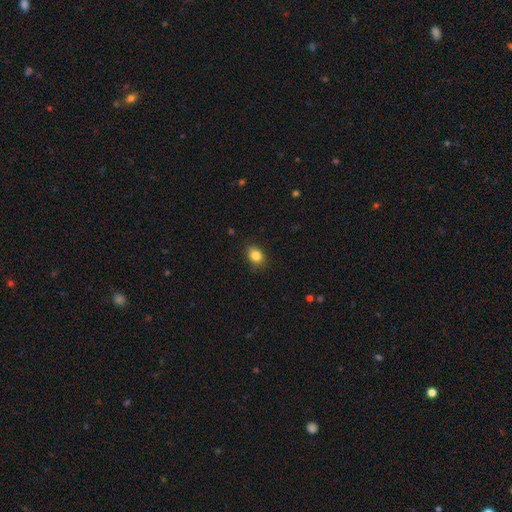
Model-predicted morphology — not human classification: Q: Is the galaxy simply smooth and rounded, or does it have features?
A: smooth — 84%.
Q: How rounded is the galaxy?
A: in between — 63%.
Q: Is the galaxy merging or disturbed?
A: none — 82%.